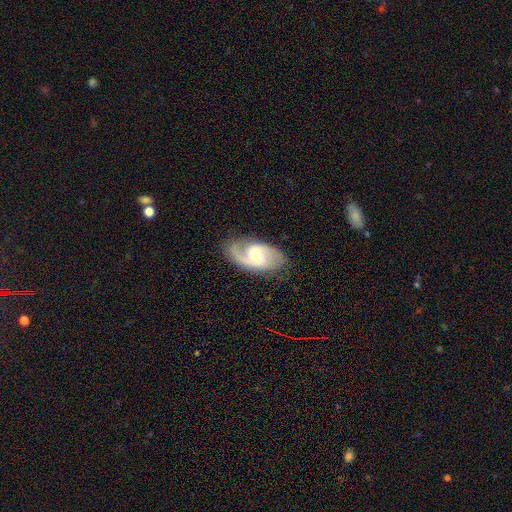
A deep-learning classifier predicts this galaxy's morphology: Smooth or featured? Predicted: featured or disk (p=0.84). Edge-on disk? Predicted: no (p=0.96). Bar? Predicted: no (p=0.54). Spiral arms? Predicted: yes (p=0.97). Spiral winding? Predicted: medium (p=0.53). Spiral arm count? Predicted: 2 (p=0.78). Bulge size? Predicted: small (p=0.48). Merging? Predicted: none (p=0.77).